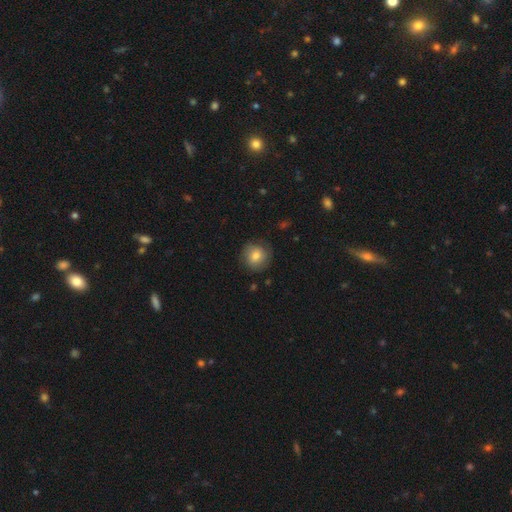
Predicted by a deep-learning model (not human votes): Smooth or featured?
  - smooth: 75% *
  - featured or disk: 16%
  - star or artifact: 9%
How rounded?
  - round: 89% *
  - in between: 11%
  - cigar-shaped: 1%
Merging?
  - none: 82% *
  - minor disturbance: 13%
  - major disturbance: 4%
  - merger: 1%